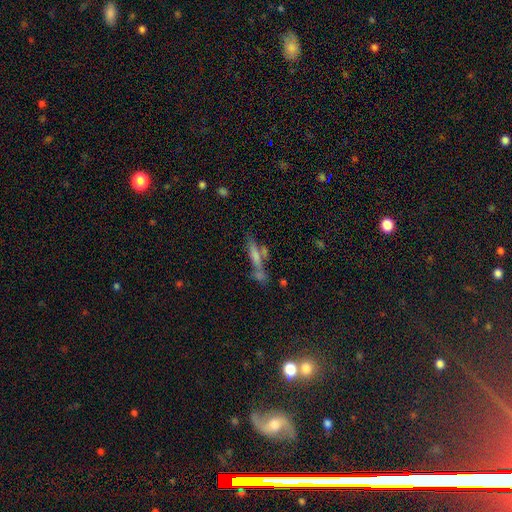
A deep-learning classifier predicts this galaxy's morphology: This is possibly a smooth galaxy (48%). Merging: possibly none (53%).